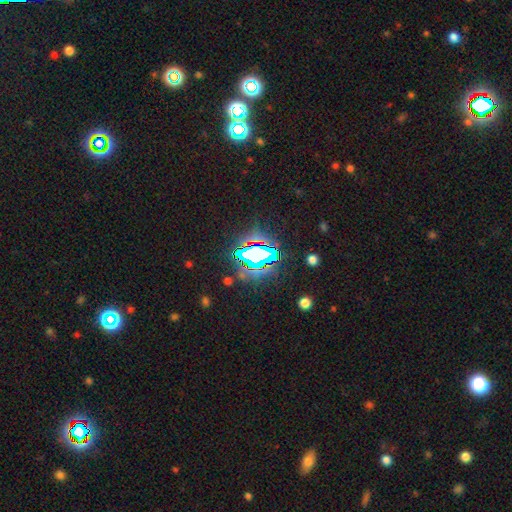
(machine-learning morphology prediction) Smooth or featured? Predicted: star or artifact (p=0.68).